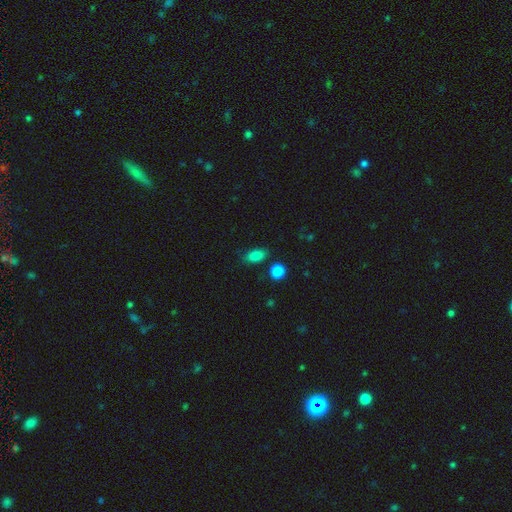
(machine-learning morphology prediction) The model was most divided on "merging": none: 79%, minor disturbance: 14%, merger: 4%, major disturbance: 3%. More confident: how rounded — in between (85%); smooth or featured — smooth (85%).